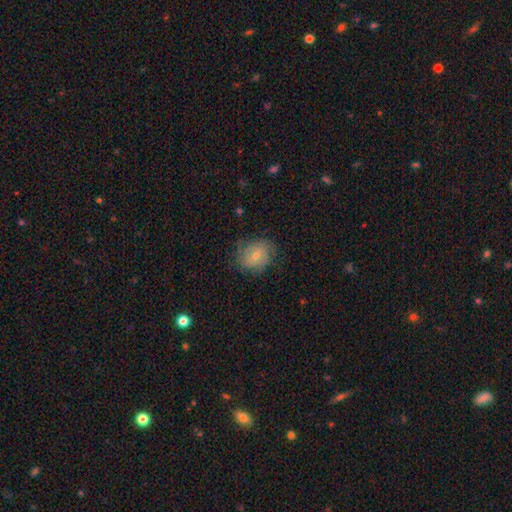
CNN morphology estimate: Overall: smooth (48%; featured or disk 44%). Merging: none (66%).